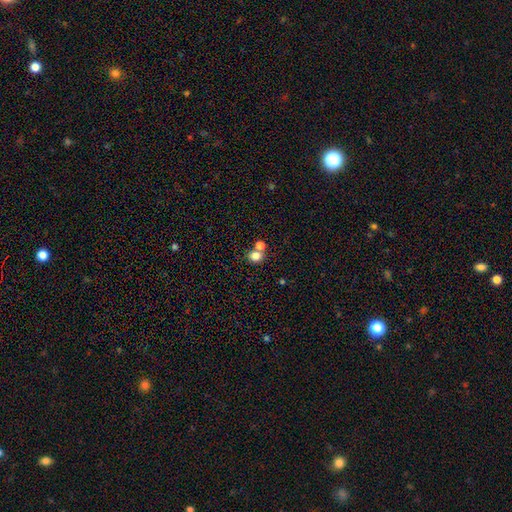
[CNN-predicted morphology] This appears to be a smooth galaxy with no disk features (80%) that is round (68%). Merging: none (49%).